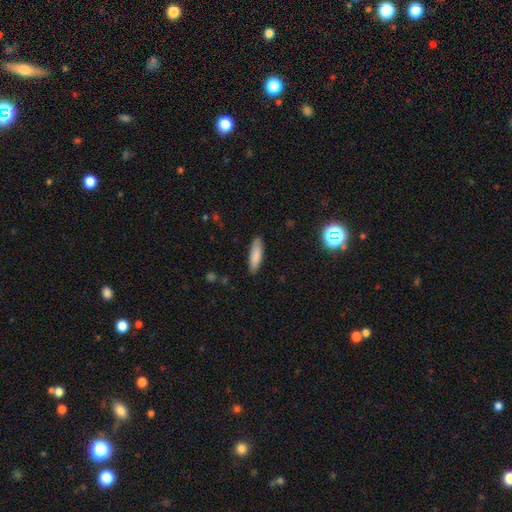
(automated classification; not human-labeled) This is clearly a smooth galaxy (84%). How rounded: possibly cigar-shaped (56%). Merging: clearly none (87%).